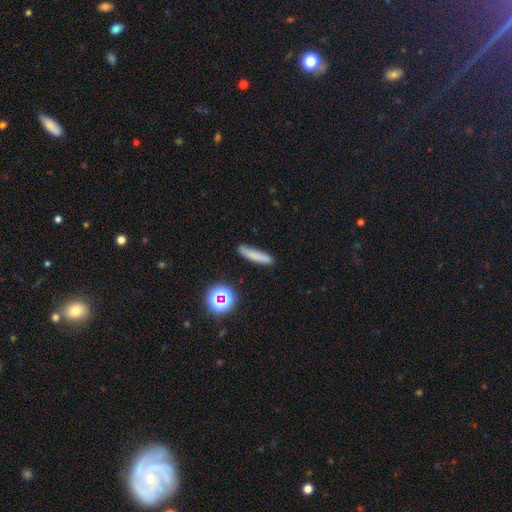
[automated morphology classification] This is likely a smooth galaxy (73%). How rounded: clearly cigar-shaped (85%). Merging: clearly none (82%).